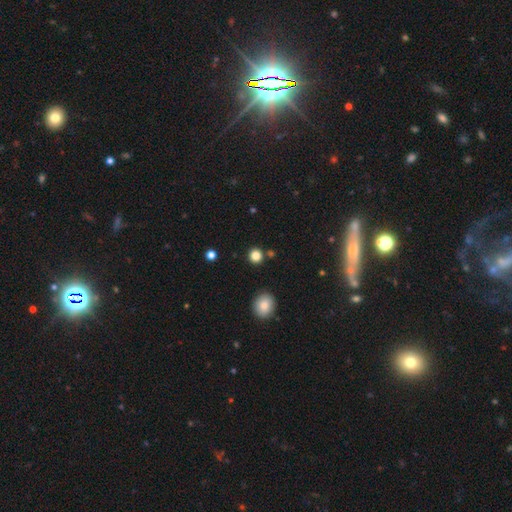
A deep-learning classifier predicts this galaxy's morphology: Q: Smooth or featured?
A: smooth (84%); runner-up: star or artifact (12%)
Q: How rounded?
A: round (92%); runner-up: in between (7%)
Q: Merging?
A: none (87%); runner-up: minor disturbance (6%)